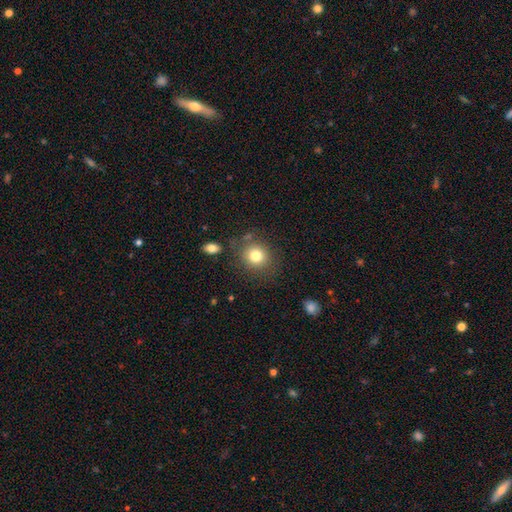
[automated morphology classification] The model was most divided on "merging": none: 78%, minor disturbance: 12%, merger: 6%, major disturbance: 5%. More confident: how rounded — round (83%); smooth or featured — smooth (80%).